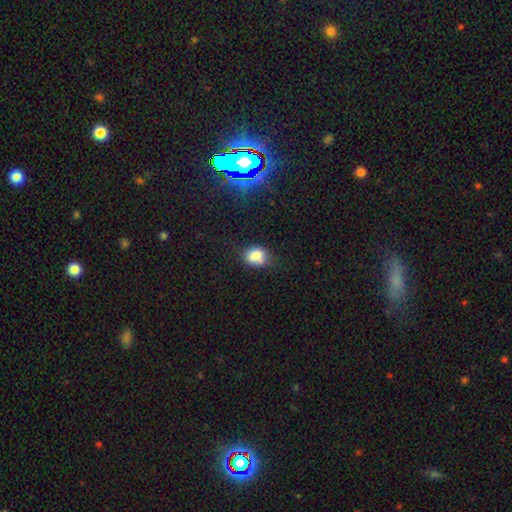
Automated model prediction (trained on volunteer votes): This appears to be a smooth galaxy with no disk features (77%) that is in between round and cigar-shaped (51%). Merging: none (54%).